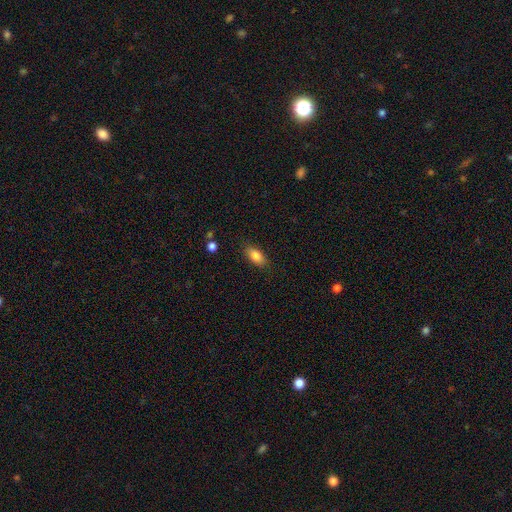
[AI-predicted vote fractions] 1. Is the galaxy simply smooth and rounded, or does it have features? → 83% smooth, 9% featured or disk, 8% star or artifact.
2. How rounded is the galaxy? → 88% in between, 7% cigar-shaped, 4% round.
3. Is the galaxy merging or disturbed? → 85% none, 11% minor disturbance, 3% major disturbance, 1% merger.